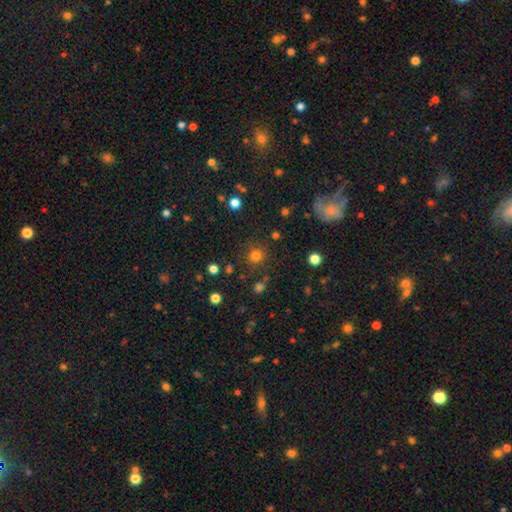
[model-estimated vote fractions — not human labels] Q: Smooth or featured?
A: smooth (77%); runner-up: star or artifact (18%)
Q: How rounded?
A: round (92%); runner-up: in between (7%)
Q: Merging?
A: none (82%); runner-up: minor disturbance (9%)